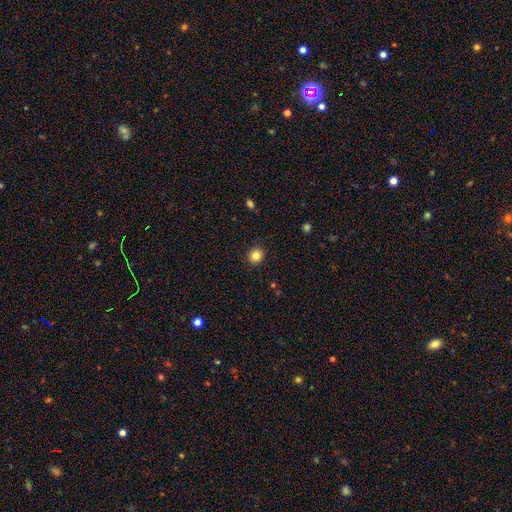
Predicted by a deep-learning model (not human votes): This is clearly a smooth galaxy (83%). How rounded: clearly round (91%). Merging: clearly none (92%).